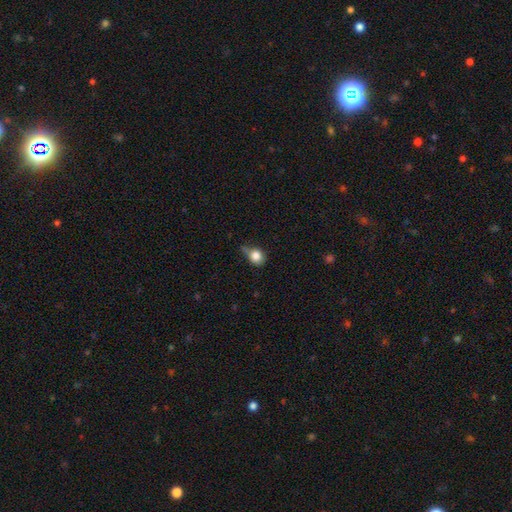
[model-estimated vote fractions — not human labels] smooth_or_featured: smooth (p=0.82) [alt: star or artifact p=0.10]
how_rounded: round (p=0.70) [alt: in between p=0.29]
merging: none (p=0.44) [alt: minor disturbance p=0.36]